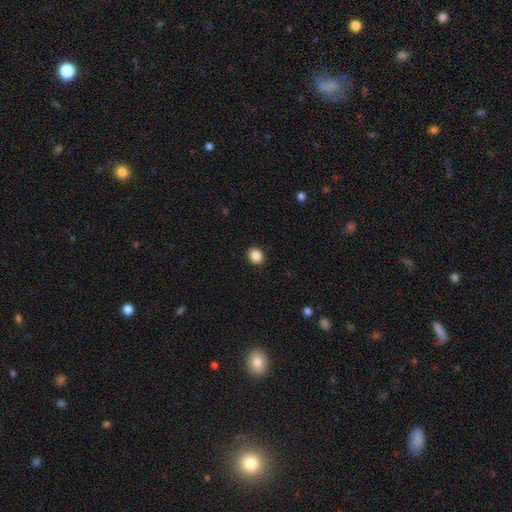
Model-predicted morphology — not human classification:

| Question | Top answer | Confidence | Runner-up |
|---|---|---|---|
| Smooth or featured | smooth | 88% | star or artifact (9%) |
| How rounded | in between | 52% | round (48%) |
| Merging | none | 91% | minor disturbance (6%) |